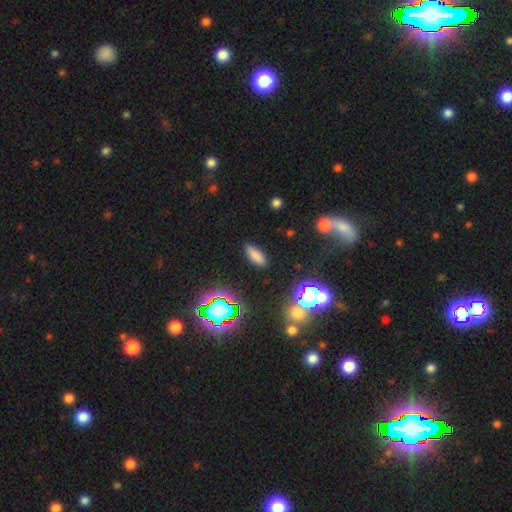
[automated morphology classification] Smooth or featured?
  - smooth: 75% *
  - star or artifact: 18%
  - featured or disk: 7%
How rounded?
  - in between: 70% *
  - cigar-shaped: 27%
  - round: 4%
Merging?
  - none: 88% *
  - minor disturbance: 8%
  - major disturbance: 2%
  - merger: 2%